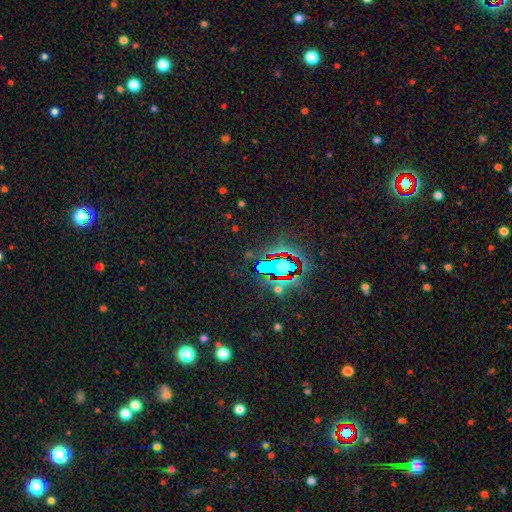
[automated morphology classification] type=star or artifact (82%).